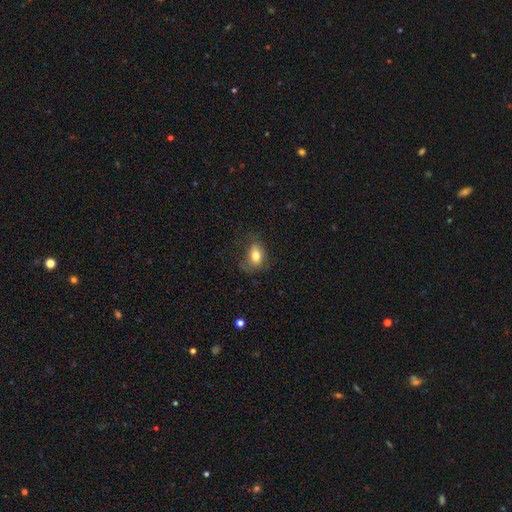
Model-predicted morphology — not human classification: Q: Smooth or featured?
A: smooth (75%); runner-up: featured or disk (15%)
Q: How rounded?
A: in between (75%); runner-up: round (23%)
Q: Merging?
A: none (57%); runner-up: minor disturbance (25%)